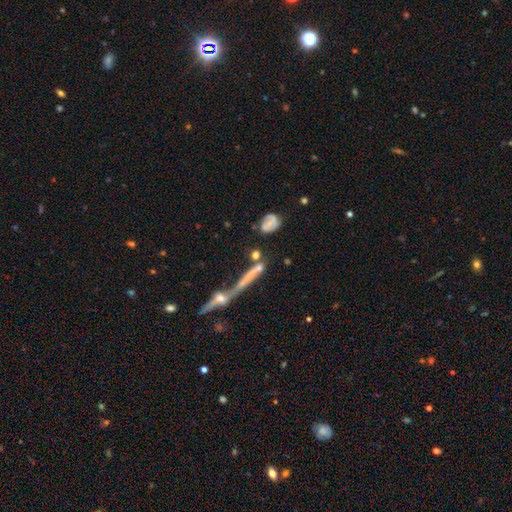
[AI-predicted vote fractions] smooth-or-featured: smooth: 51% | featured or disk: 35% | star or artifact: 14%
  how-rounded: cigar-shaped: 46% | in between: 28% | round: 25%
  merging: none: 42% | merger: 36% | minor disturbance: 13% | major disturbance: 9%